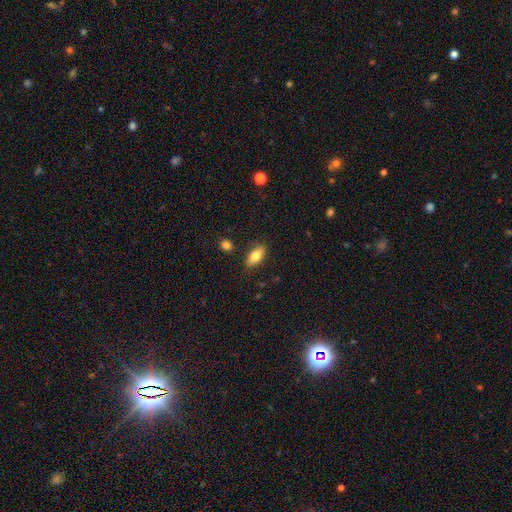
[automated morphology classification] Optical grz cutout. It shows a smooth galaxy with no disk features (77%) that is in between round and cigar-shaped (82%). Merging: none (84%).